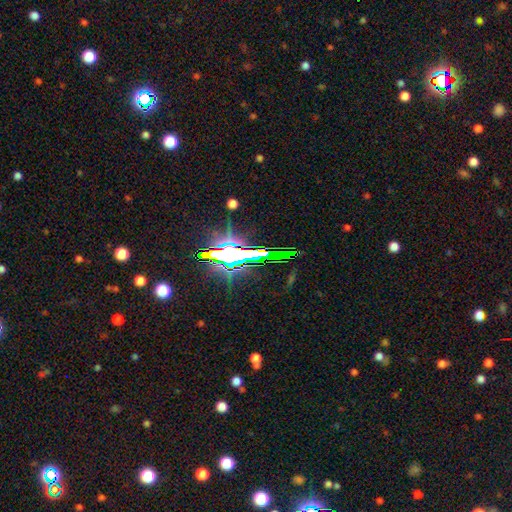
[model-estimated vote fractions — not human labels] A star or artifact, not a galaxy (75%).

Vote fractions:
- Smooth or featured? star or artifact: 75% / featured or disk: 13% / smooth: 12%